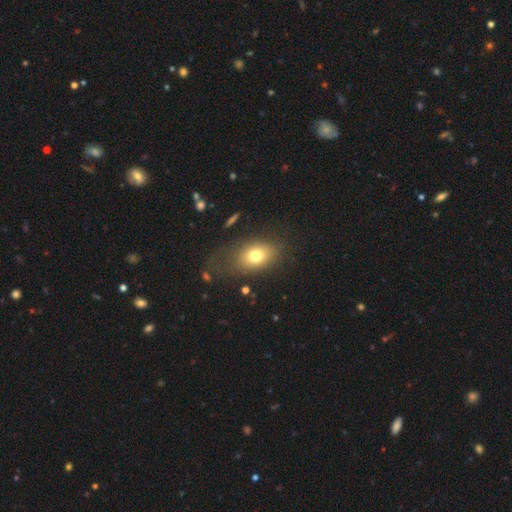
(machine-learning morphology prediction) A smooth galaxy with no disk features (73%) that is in between round and cigar-shaped (76%). Merging: none (64%).